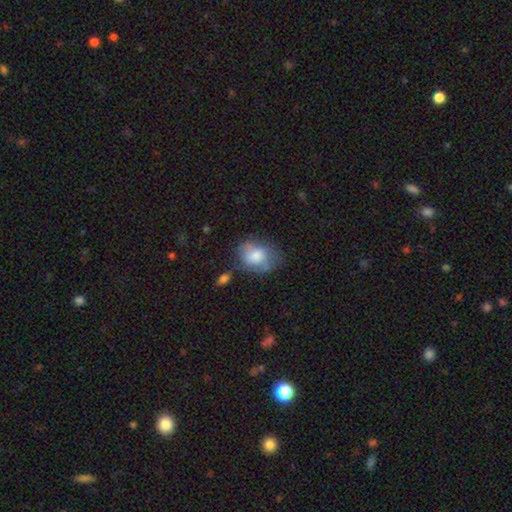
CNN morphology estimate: Smooth or featured? smooth (71%)
How rounded? in between (67%)
Merging? none (48%)